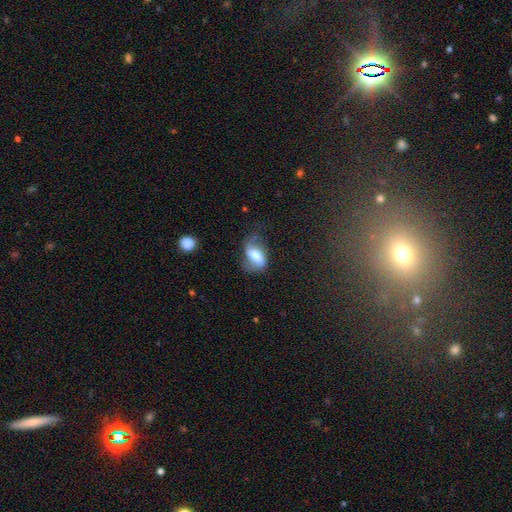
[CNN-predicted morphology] Smooth or featured? Predicted: smooth (p=0.48). Merging? Predicted: none (p=0.43).